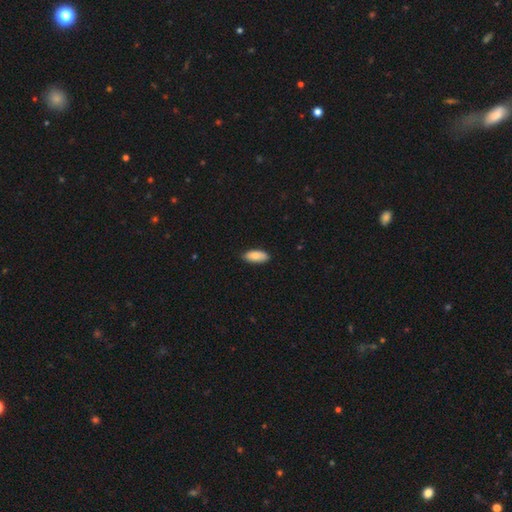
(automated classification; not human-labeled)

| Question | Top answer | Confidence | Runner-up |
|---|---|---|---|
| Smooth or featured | smooth | 86% | featured or disk (8%) |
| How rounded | in between | 87% | cigar-shaped (11%) |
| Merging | none | 84% | minor disturbance (13%) |